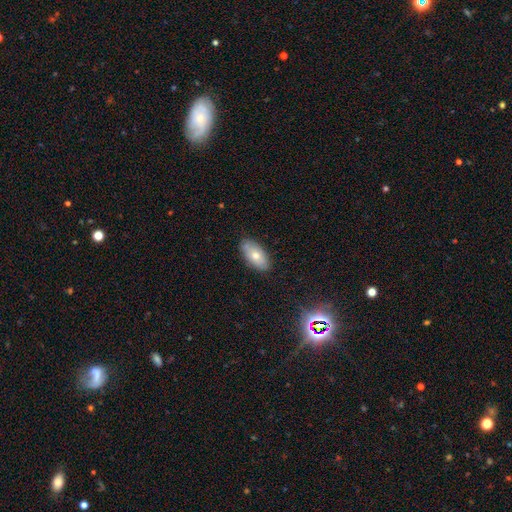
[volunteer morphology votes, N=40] Smooth or featured? smooth (72%)
How rounded? in between (79%)
Merging? none (86%)